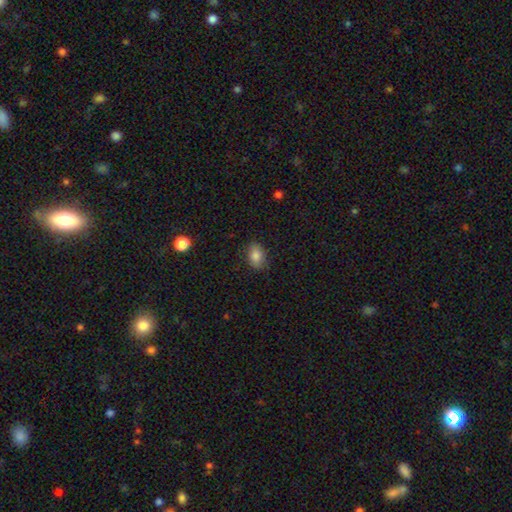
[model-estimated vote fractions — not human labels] smooth_or_featured: smooth (p=0.84) [alt: star or artifact p=0.09]
how_rounded: in between (p=0.85) [alt: round p=0.13]
merging: none (p=0.83) [alt: minor disturbance p=0.13]